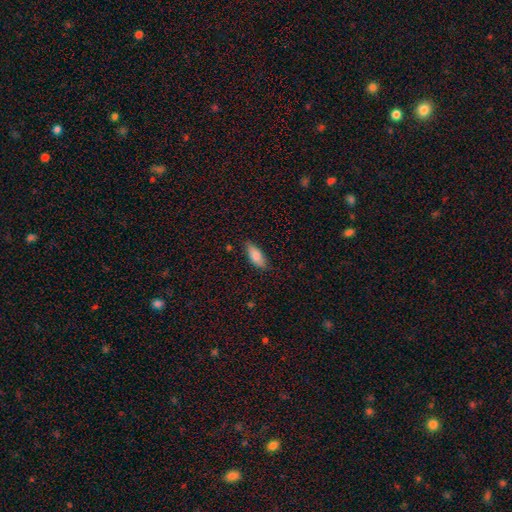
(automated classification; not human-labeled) Overall: smooth (80%). How rounded: in between (76%). Merging: none (81%).